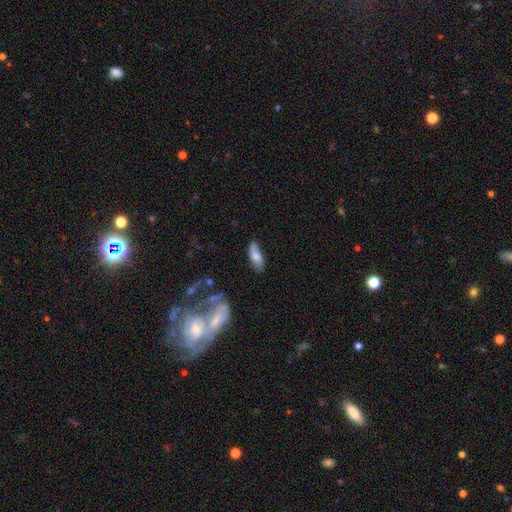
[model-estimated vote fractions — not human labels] smooth 74%, featured or disk 19%, star or artifact 7%. Down the decision tree: how rounded — in between (66%); merging — none (78%).